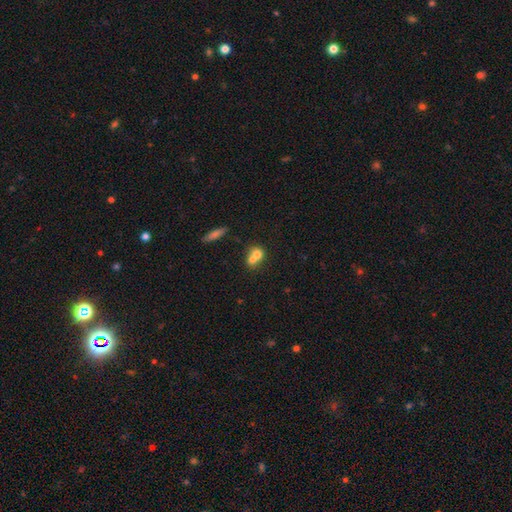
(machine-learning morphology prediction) This appears to be a smooth galaxy with no disk features (68%) that is round (68%). Merging: merger (66%).